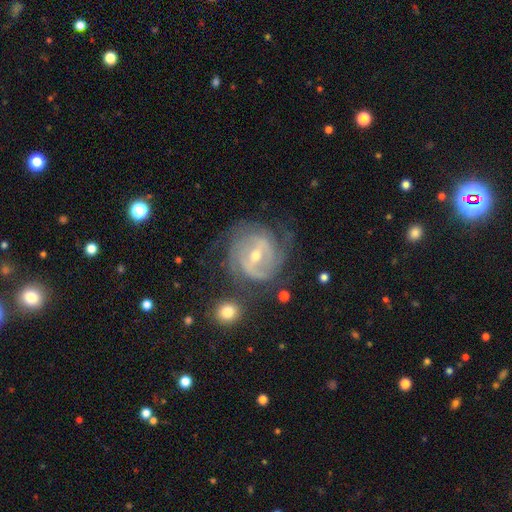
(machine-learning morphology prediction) smooth-or-featured: featured or disk: 88% | smooth: 7% | star or artifact: 6%
  disk-edge-on: no: 97% | yes: 3%
    bar: weak: 48% | strong: 37% | no: 15%
    has-spiral-arms: yes: 94% | no: 6%
      spiral-winding: tight: 58% | medium: 33% | loose: 9%
      spiral-arm-count: 2: 30% | can't tell: 27% | 3: 25% | 4: 9% | 1: 5% | more than 4: 4%
    bulge-size: moderate: 51% | small: 46% | large: 2% | none: 1% | dominant: 1%
  merging: none: 66% | minor disturbance: 19% | major disturbance: 12% | merger: 3%